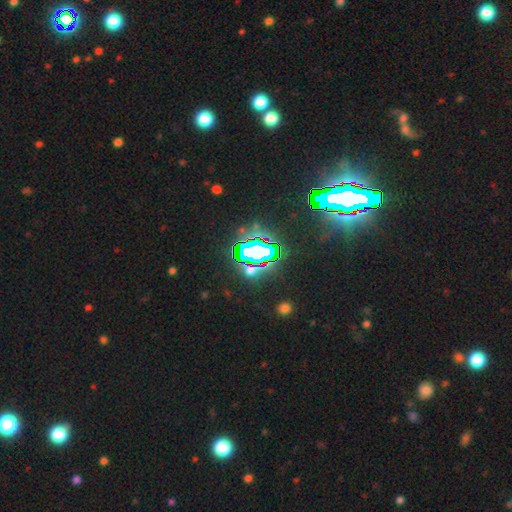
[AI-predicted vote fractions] Smooth or featured? Predicted: star or artifact (p=0.83).